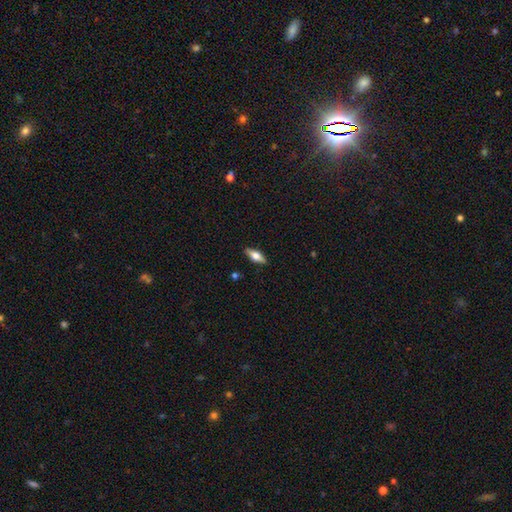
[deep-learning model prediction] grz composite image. It shows a smooth galaxy with no disk features (53%) that is in between round and cigar-shaped (66%). Merging: none (88%).